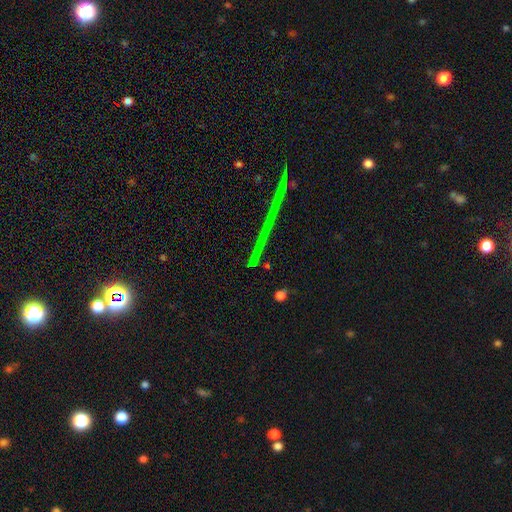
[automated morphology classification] Q: Smooth or featured?
A: star or artifact (69%); runner-up: smooth (16%)